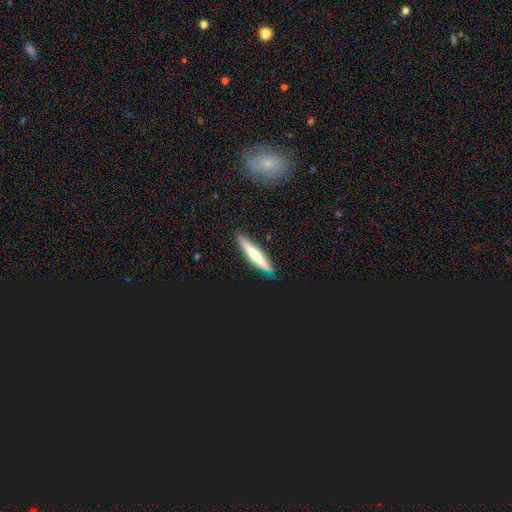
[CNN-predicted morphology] featured or disk 50%, smooth 42%, star or artifact 7%. Down the decision tree: edge-on disk — yes (93%); merging — none (87%).